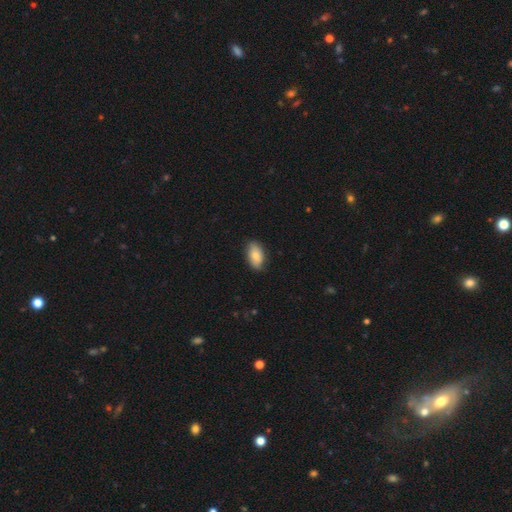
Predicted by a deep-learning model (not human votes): smooth-or-featured: smooth: 80% | featured or disk: 14% | star or artifact: 7%
  how-rounded: in between: 93% | round: 4% | cigar-shaped: 3%
  merging: none: 80% | minor disturbance: 17% | major disturbance: 3% | merger: 1%